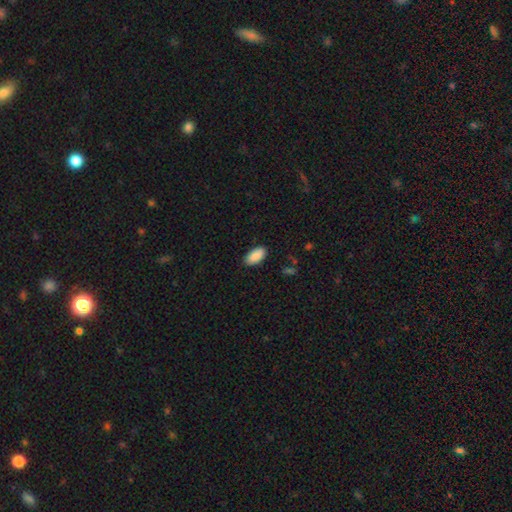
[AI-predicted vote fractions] Q: Smooth or featured?
A: smooth (90%); runner-up: star or artifact (6%)
Q: How rounded?
A: in between (94%); runner-up: cigar-shaped (3%)
Q: Merging?
A: none (86%); runner-up: minor disturbance (11%)